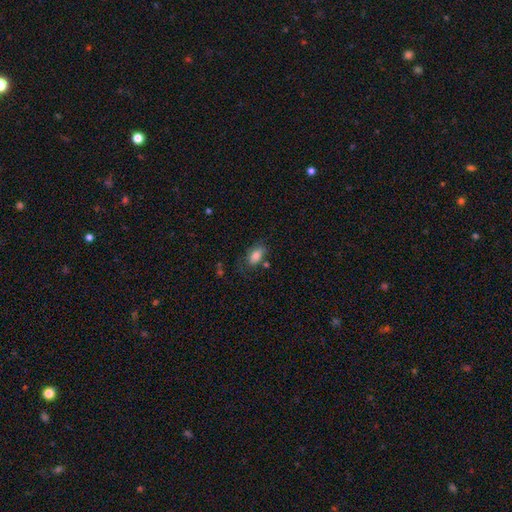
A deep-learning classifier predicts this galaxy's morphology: This is clearly a smooth galaxy (82%). How rounded: clearly in between (90%). Merging: likely none (60%).